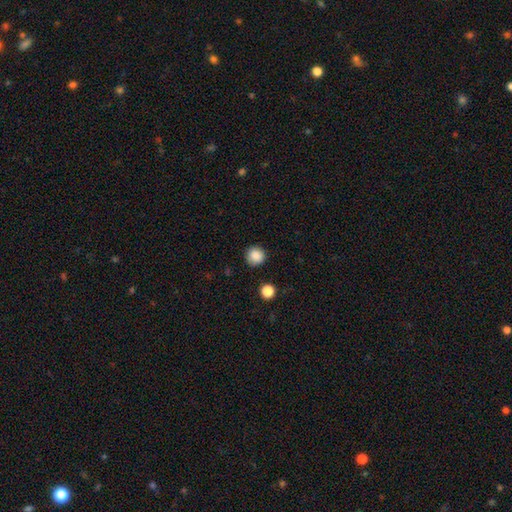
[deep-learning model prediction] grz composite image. It shows a smooth galaxy with no disk features (87%) that is round (93%). Merging: none (89%).